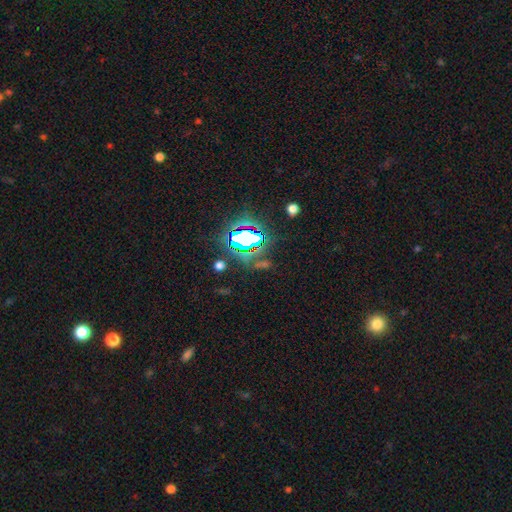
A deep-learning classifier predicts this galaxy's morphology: Smooth or featured?
  - star or artifact: 80% *
  - smooth: 13%
  - featured or disk: 8%